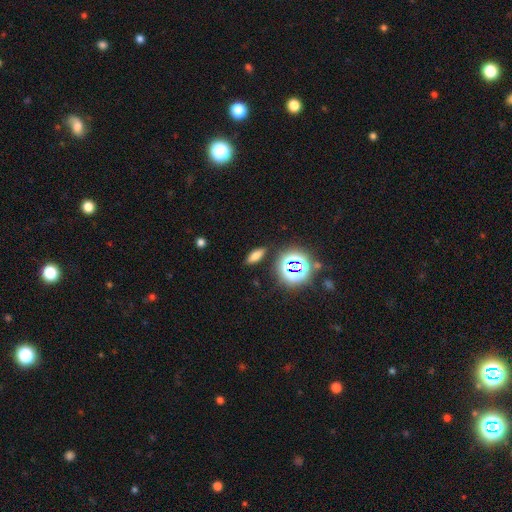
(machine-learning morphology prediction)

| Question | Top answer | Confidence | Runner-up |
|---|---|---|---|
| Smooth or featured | smooth | 66% | star or artifact (23%) |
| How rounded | in between | 63% | cigar-shaped (28%) |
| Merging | none | 86% | minor disturbance (8%) |